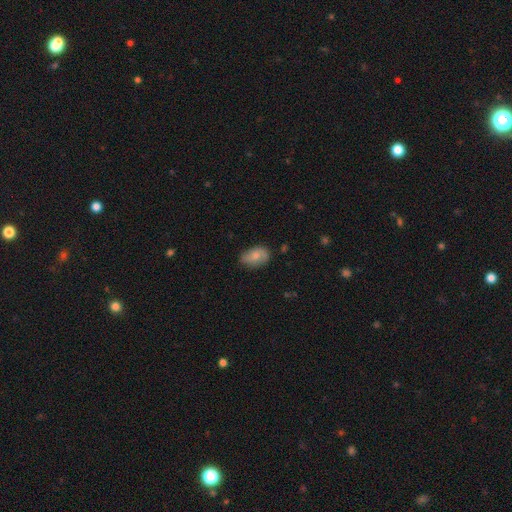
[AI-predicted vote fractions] smooth-or-featured: smooth: 76% | featured or disk: 17% | star or artifact: 7%
  how-rounded: in between: 87% | round: 11% | cigar-shaped: 2%
  merging: none: 67% | minor disturbance: 26% | major disturbance: 6% | merger: 2%